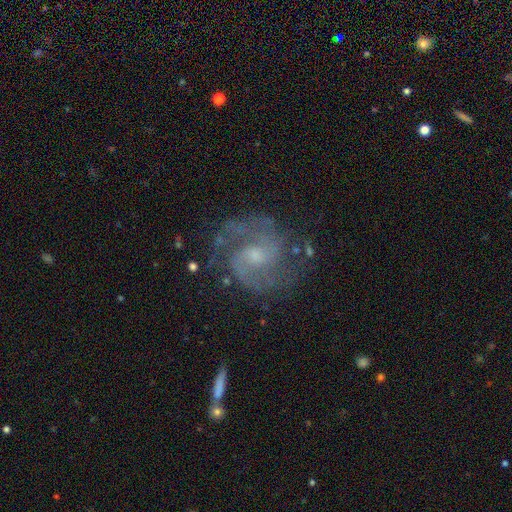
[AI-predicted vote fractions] smooth_or_featured: featured or disk (p=0.89) [alt: star or artifact p=0.06]
disk_edge_on: no (p=0.98) [alt: yes p=0.02]
bar: weak (p=0.50) [alt: no p=0.41]
has_spiral_arms: yes (p=0.98) [alt: no p=0.02]
spiral_winding: medium (p=0.59) [alt: tight p=0.27]
spiral_arm_count: 2 (p=0.85) [alt: 3 p=0.05]
bulge_size: small (p=0.48) [alt: moderate p=0.40]
merging: none (p=0.74) [alt: minor disturbance p=0.16]